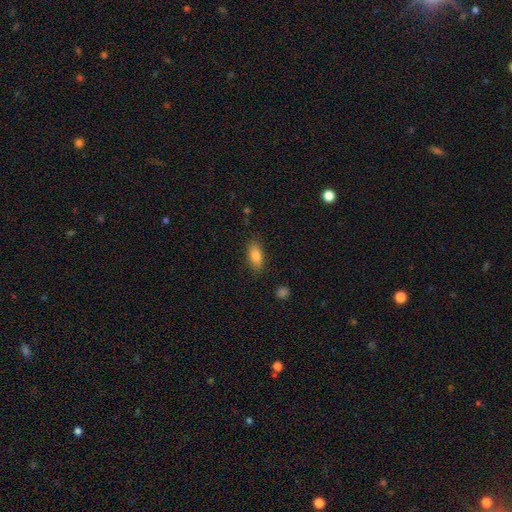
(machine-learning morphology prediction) smooth-or-featured: smooth: 83% | featured or disk: 9% | star or artifact: 8%
  how-rounded: in between: 85% | cigar-shaped: 12% | round: 3%
  merging: none: 84% | minor disturbance: 12% | major disturbance: 3% | merger: 1%